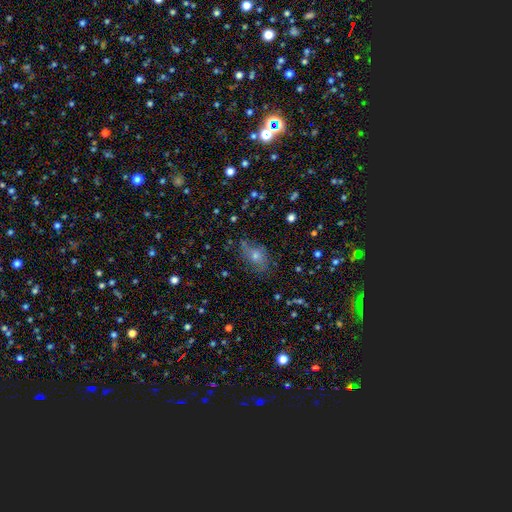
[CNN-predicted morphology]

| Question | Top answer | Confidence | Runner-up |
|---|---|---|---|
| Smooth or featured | smooth | 56% | featured or disk (29%) |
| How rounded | in between | 70% | round (28%) |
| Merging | none | 54% | minor disturbance (27%) |